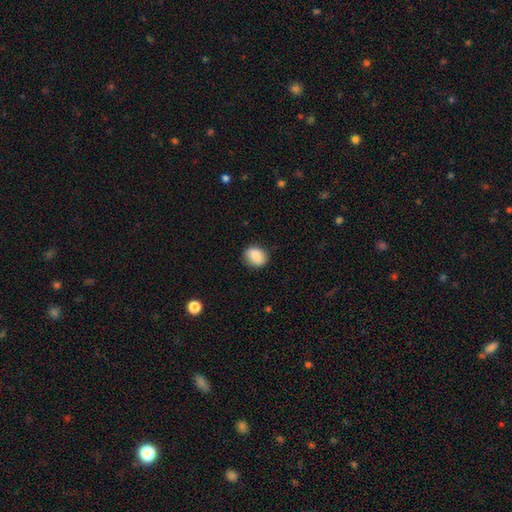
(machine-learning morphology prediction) Smooth or featured? smooth (88%)
How rounded? in between (51%)
Merging? none (84%)